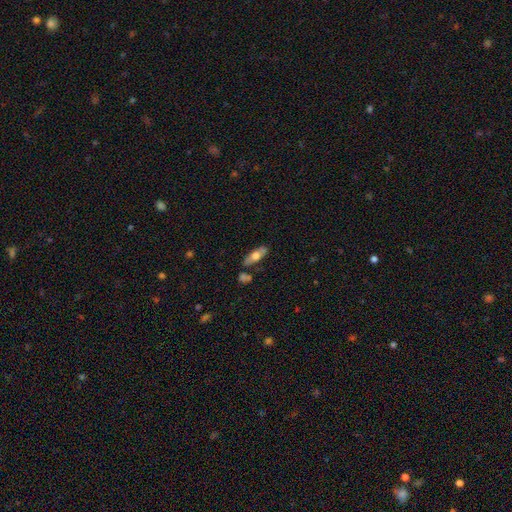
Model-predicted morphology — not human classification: The model was most divided on "smooth or featured": smooth: 58%, featured or disk: 36%, star or artifact: 6%. More confident: merging — none (75%); how rounded — in between (61%).